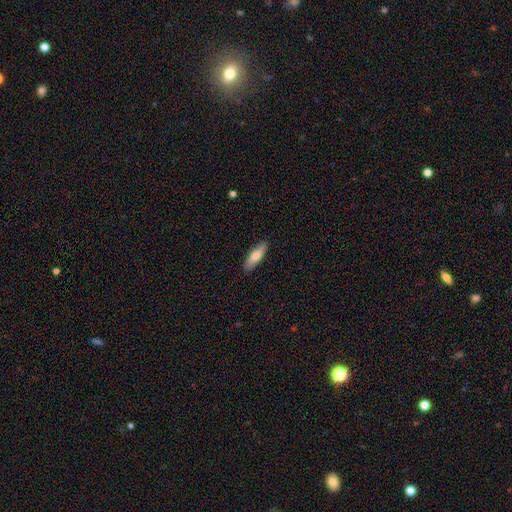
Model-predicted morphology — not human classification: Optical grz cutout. It shows a smooth galaxy with no disk features (73%) that is cigar-shaped (52%). Merging: none (89%).